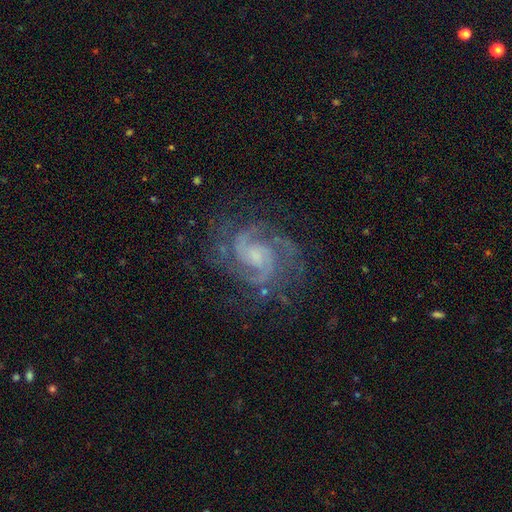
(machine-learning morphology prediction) The model was most divided on "spiral winding": medium: 49%, tight: 43%, loose: 8%. More confident: spiral arms — yes (98%); edge-on disk — no (98%); smooth or featured — featured or disk (91%); merging — none (76%); spiral arm count — 2 (73%); bulge size — small (54%); bar — no (51%).